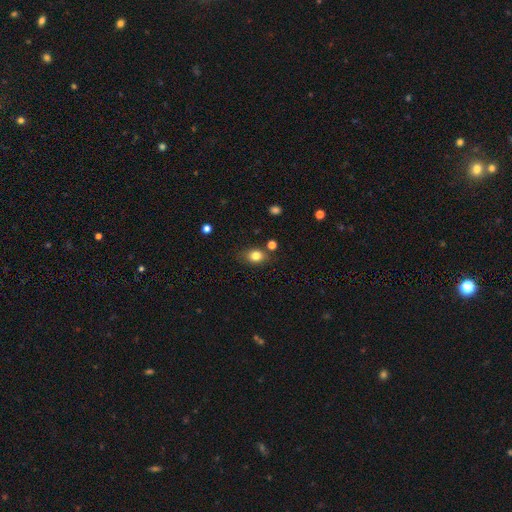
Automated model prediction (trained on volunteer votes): smooth-or-featured: smooth: 82% | star or artifact: 10% | featured or disk: 8%
  how-rounded: in between: 61% | round: 38% | cigar-shaped: 1%
  merging: none: 76% | minor disturbance: 15% | merger: 5% | major disturbance: 4%